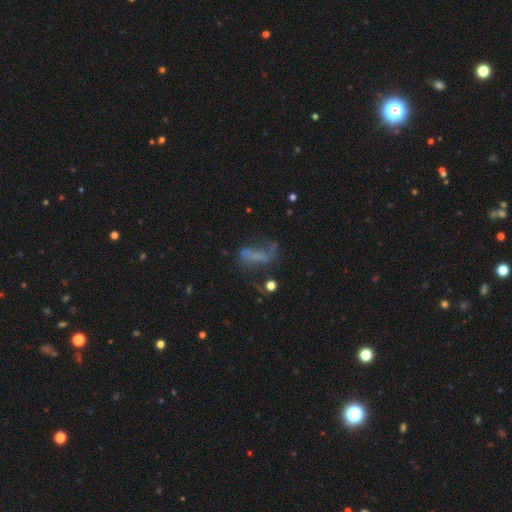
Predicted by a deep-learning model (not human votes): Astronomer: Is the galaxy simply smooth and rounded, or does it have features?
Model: featured or disk — 48% (runner-up: smooth, 32%).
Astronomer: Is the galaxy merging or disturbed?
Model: none — 36% (runner-up: major disturbance, 35%).